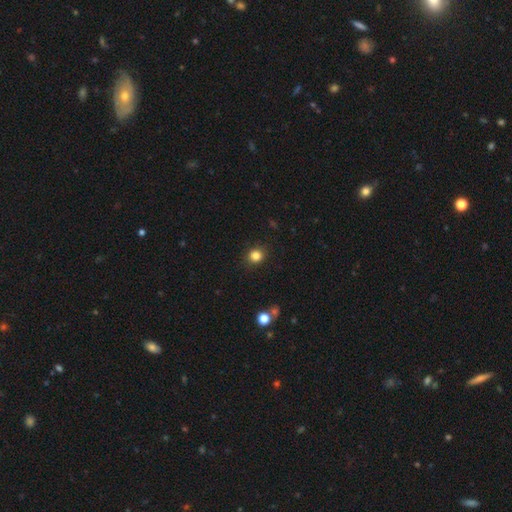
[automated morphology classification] Smooth or featured?
  - smooth: 84% *
  - star or artifact: 12%
  - featured or disk: 5%
How rounded?
  - round: 83% *
  - in between: 16%
  - cigar-shaped: 1%
Merging?
  - none: 88% *
  - minor disturbance: 8%
  - major disturbance: 3%
  - merger: 1%